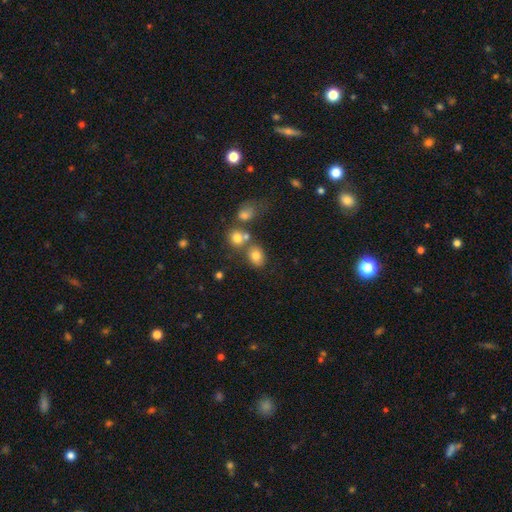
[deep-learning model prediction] A smooth galaxy with no disk features (76%) that is in between round and cigar-shaped (52%).

Vote fractions:
- Smooth or featured? smooth: 76% / star or artifact: 14% / featured or disk: 11%
- How rounded? in between: 52% / round: 47% / cigar-shaped: 1%
- Merging? none: 58% / merger: 22% / minor disturbance: 14% / major disturbance: 6%